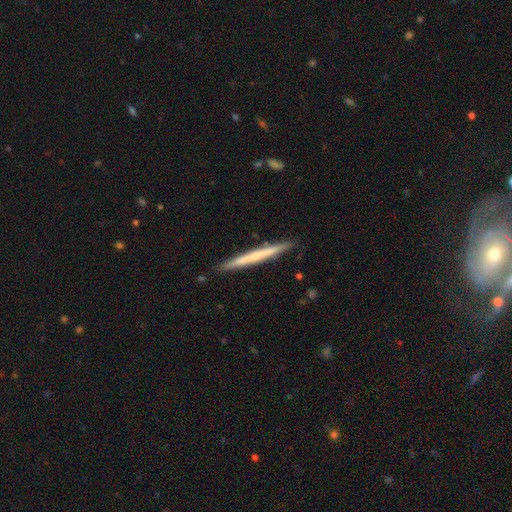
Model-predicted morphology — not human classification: A smooth galaxy with no disk features (52%) that is cigar-shaped (97%). Merging: none (91%).